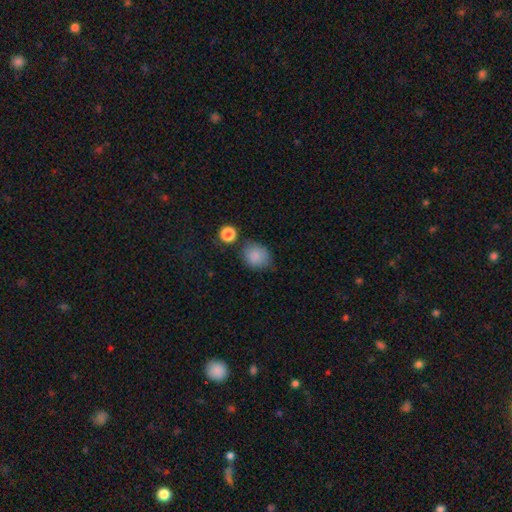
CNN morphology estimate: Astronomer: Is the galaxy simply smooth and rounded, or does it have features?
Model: smooth — 86%.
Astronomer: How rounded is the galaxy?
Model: round — 55% (runner-up: in between, 44%).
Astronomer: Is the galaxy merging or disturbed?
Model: none — 70%.